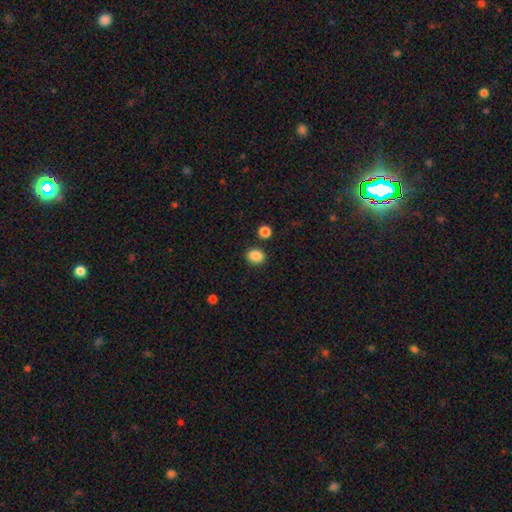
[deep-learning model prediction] Smooth or featured? smooth (88%)
How rounded? round (51%)
Merging? none (85%)